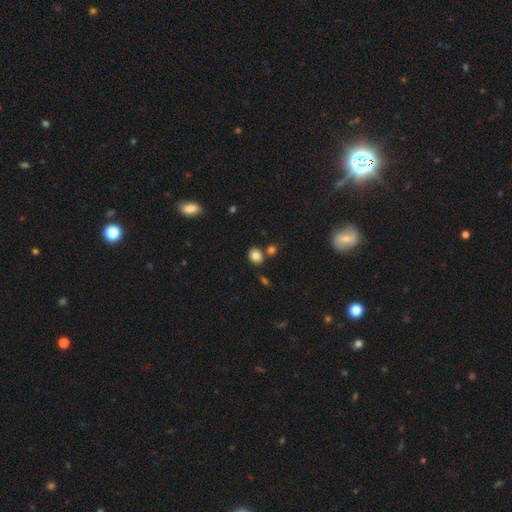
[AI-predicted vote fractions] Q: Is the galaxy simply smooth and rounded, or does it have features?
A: smooth — 83%.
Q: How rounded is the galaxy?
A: in between — 51%.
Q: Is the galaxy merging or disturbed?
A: none — 73%.